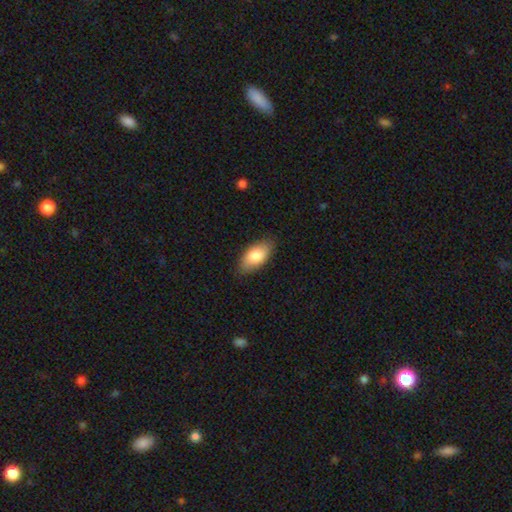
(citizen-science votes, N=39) A smooth galaxy with no disk features (92%) that is in between round and cigar-shaped (89%).

Vote fractions:
- Smooth or featured? smooth: 92% / featured or disk: 5% / star or artifact: 3%
- How rounded? in between: 89% / cigar-shaped: 8% / round: 3%
- Merging? none: 87% / minor disturbance: 8% / major disturbance: 5% / merger: 0%